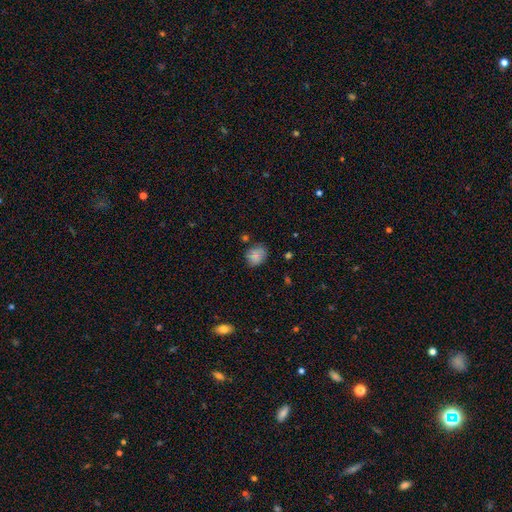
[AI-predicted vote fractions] Morphology: type=smooth (83%); roundness=round (55%); merging=none (75%).